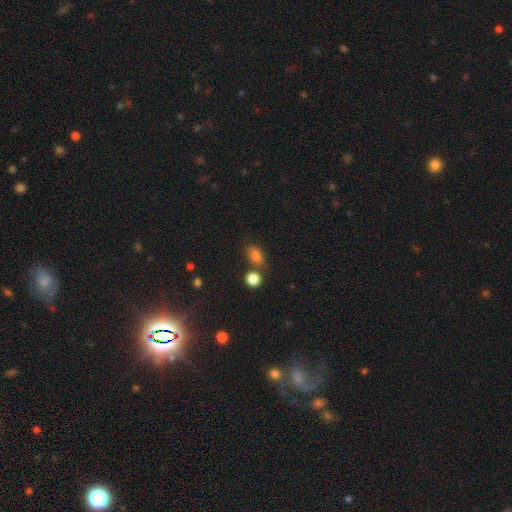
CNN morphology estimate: This is clearly a smooth galaxy (82%). How rounded: likely in between (78%). Merging: likely none (66%).